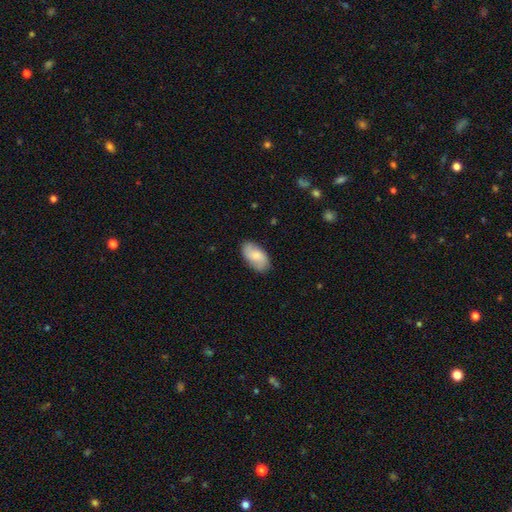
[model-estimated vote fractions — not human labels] smooth-or-featured: smooth: 69% | featured or disk: 25% | star or artifact: 6%
  how-rounded: in between: 94% | round: 3% | cigar-shaped: 3%
  merging: none: 79% | minor disturbance: 16% | major disturbance: 3% | merger: 1%